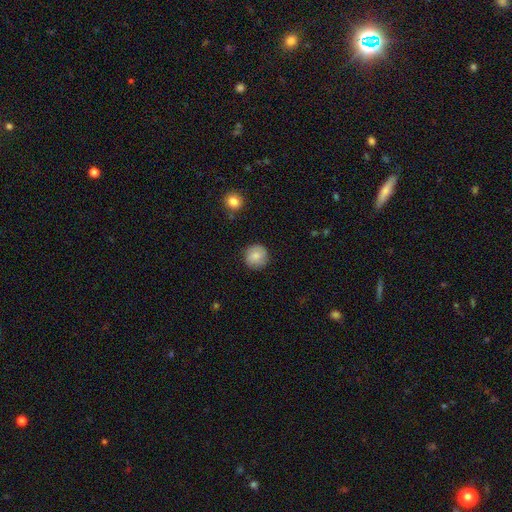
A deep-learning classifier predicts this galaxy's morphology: Overall: smooth (83%). How rounded: round (94%). Merging: none (86%).